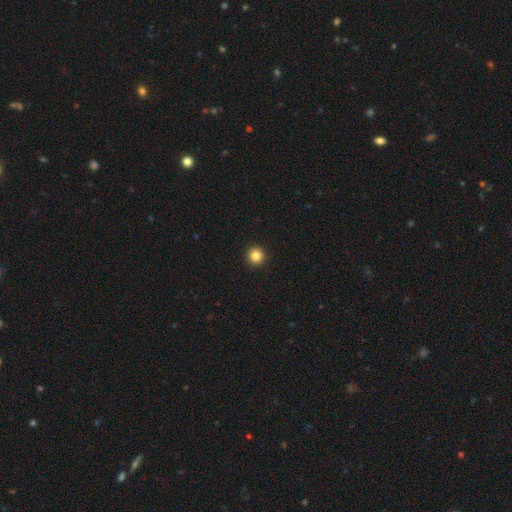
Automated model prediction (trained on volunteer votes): Overall: smooth (84%). How rounded: round (96%). Merging: none (94%).